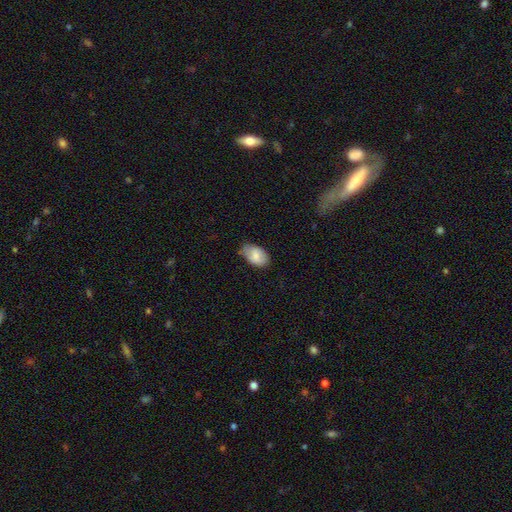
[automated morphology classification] Smooth or featured? Predicted: smooth (p=0.80). How rounded? Predicted: in between (p=0.92). Merging? Predicted: none (p=0.61).